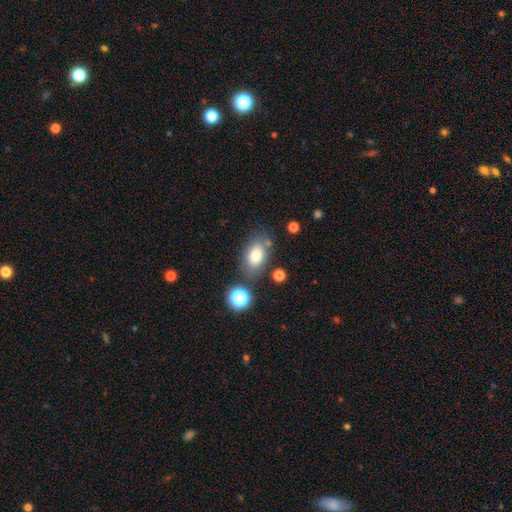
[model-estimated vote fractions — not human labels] smooth-or-featured: smooth: 79% | featured or disk: 12% | star or artifact: 10%
  how-rounded: in between: 86% | round: 12% | cigar-shaped: 2%
  merging: none: 70% | minor disturbance: 16% | merger: 8% | major disturbance: 6%